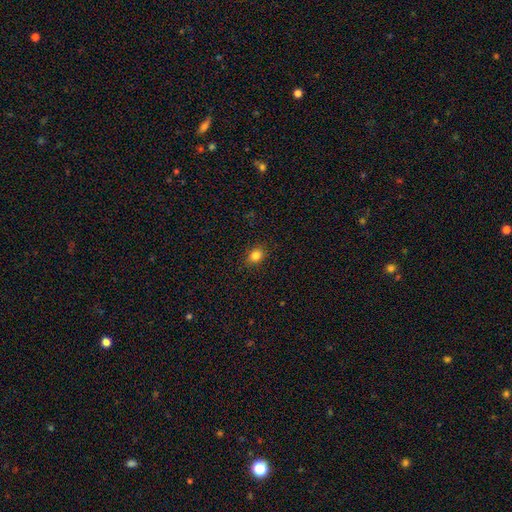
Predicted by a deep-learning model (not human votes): Smooth or featured: smooth — 83% (star or artifact — 11%)
How rounded: in between — 53% (round — 46%)
Merging: none — 88% (minor disturbance — 9%)